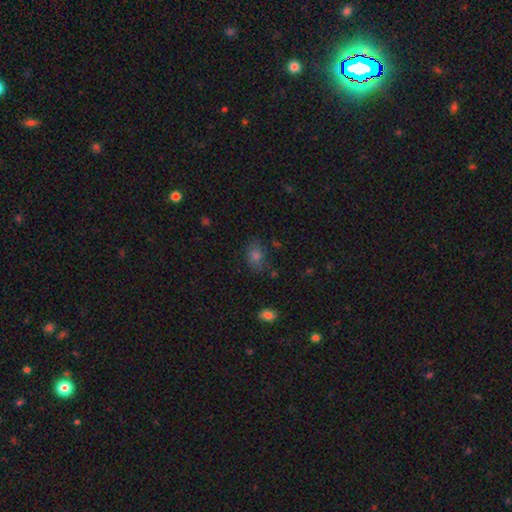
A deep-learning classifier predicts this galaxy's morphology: smooth_or_featured: smooth (p=0.71) [alt: star or artifact p=0.19]
how_rounded: in between (p=0.72) [alt: round p=0.26]
merging: none (p=0.76) [alt: minor disturbance p=0.17]